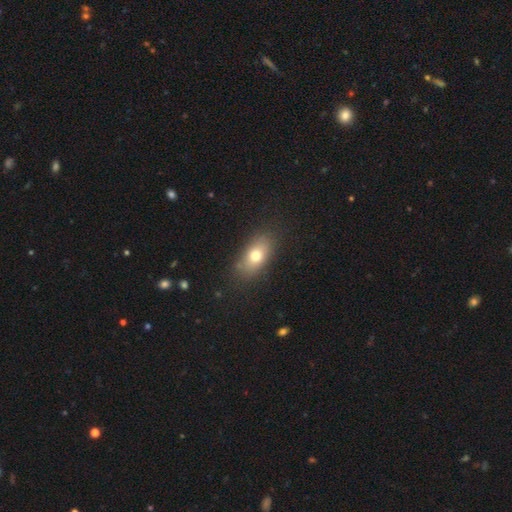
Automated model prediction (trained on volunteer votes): Q: Smooth or featured?
A: smooth (73%); runner-up: featured or disk (17%)
Q: How rounded?
A: in between (84%); runner-up: round (9%)
Q: Merging?
A: none (81%); runner-up: minor disturbance (13%)